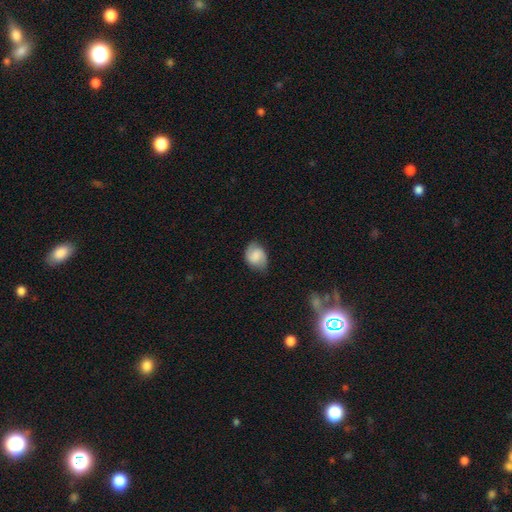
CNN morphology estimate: Smooth or featured?
  - smooth: 58% *
  - featured or disk: 34%
  - star or artifact: 9%
How rounded?
  - in between: 64% *
  - round: 35%
  - cigar-shaped: 1%
Merging?
  - none: 67% *
  - minor disturbance: 25%
  - major disturbance: 6%
  - merger: 1%